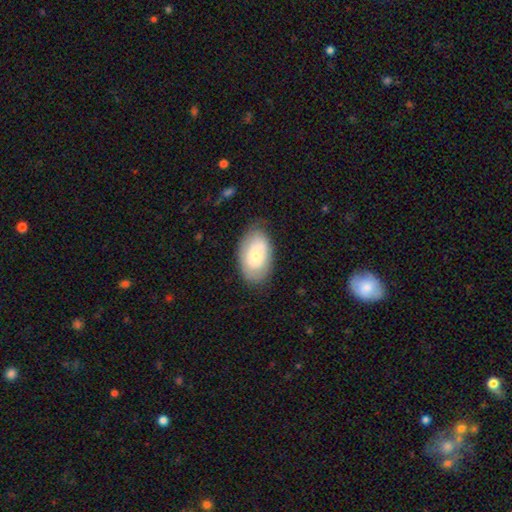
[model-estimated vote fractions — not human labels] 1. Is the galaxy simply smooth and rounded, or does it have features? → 62% smooth, 32% featured or disk, 6% star or artifact.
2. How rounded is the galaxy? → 91% in between, 8% round, 1% cigar-shaped.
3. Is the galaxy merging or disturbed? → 75% none, 18% minor disturbance, 5% major disturbance, 1% merger.